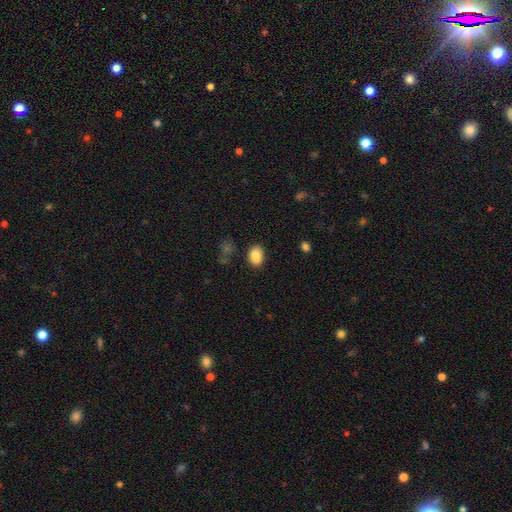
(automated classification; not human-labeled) Q: Smooth or featured?
A: smooth (81%); runner-up: featured or disk (9%)
Q: How rounded?
A: in between (67%); runner-up: round (32%)
Q: Merging?
A: none (65%); runner-up: minor disturbance (18%)